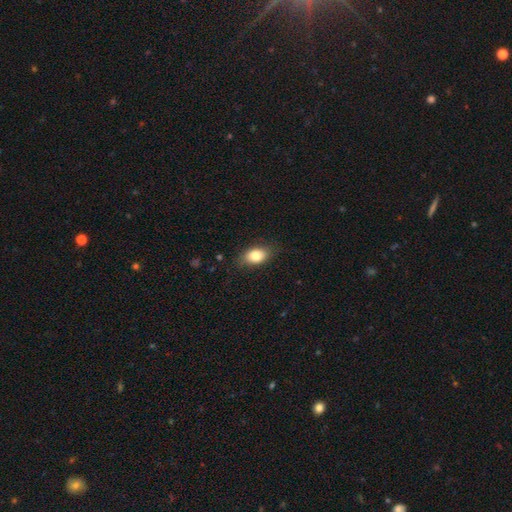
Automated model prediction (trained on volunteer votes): Smooth or featured: smooth — 83% (featured or disk — 9%)
How rounded: in between — 85% (round — 13%)
Merging: none — 79% (minor disturbance — 16%)